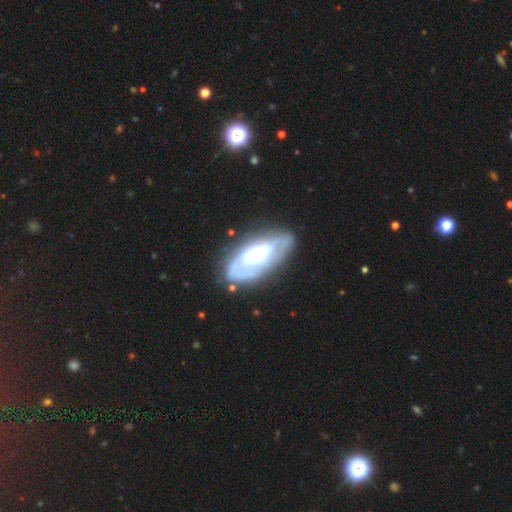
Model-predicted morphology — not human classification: featured or disk 66%, smooth 28%, star or artifact 6%. Down the decision tree: edge-on disk — no (89%); bar — no (64%); spiral arms — yes (55%); bulge size — moderate (51%); merging — none (66%).